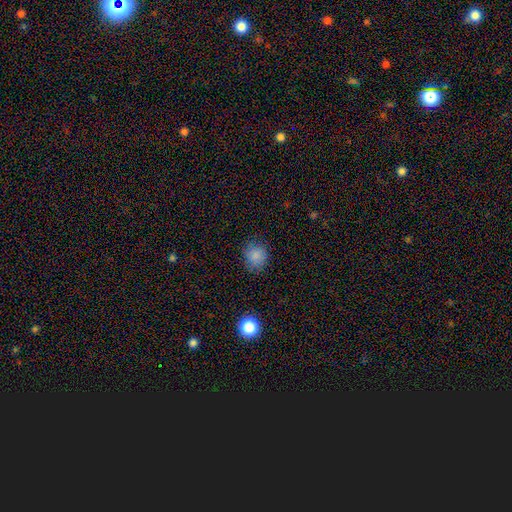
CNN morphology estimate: A smooth galaxy with no disk features (84%) that is round (83%). Merging: none (83%).